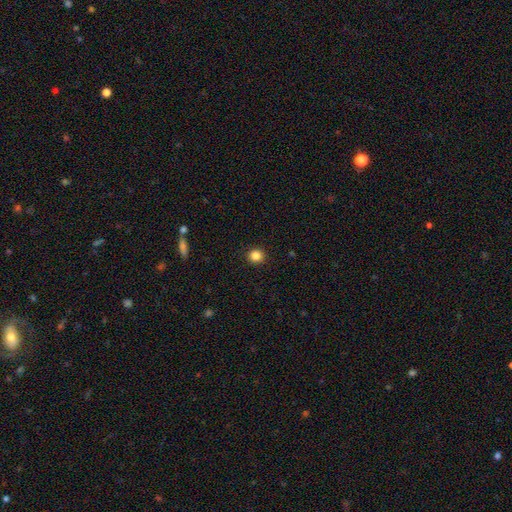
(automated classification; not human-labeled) A smooth galaxy with no disk features (85%) that is round (89%).

Vote fractions:
- Smooth or featured? smooth: 85% / star or artifact: 11% / featured or disk: 4%
- How rounded? round: 89% / in between: 10% / cigar-shaped: 1%
- Merging? none: 92% / minor disturbance: 5% / major disturbance: 2% / merger: 1%